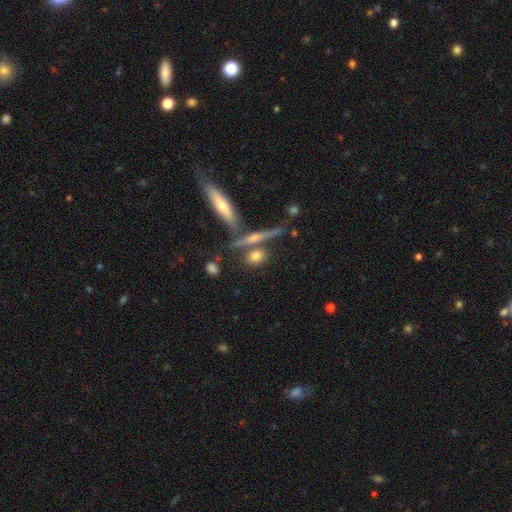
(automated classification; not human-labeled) smooth_or_featured: smooth (p=0.67) [alt: featured or disk p=0.22]
how_rounded: round (p=0.40) [alt: in between p=0.36]
merging: none (p=0.64) [alt: merger p=0.21]